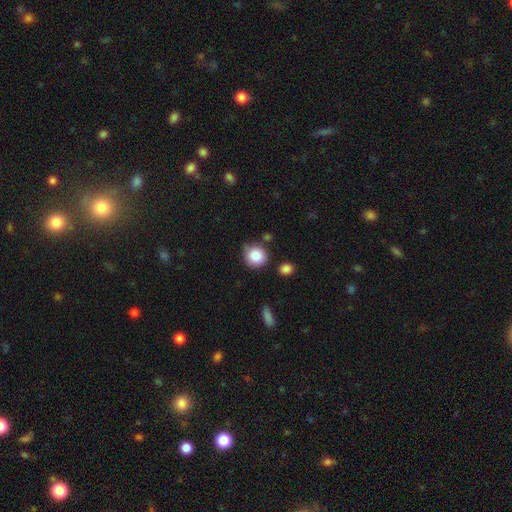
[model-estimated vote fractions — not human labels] A smooth galaxy with no disk features (84%) that is round (88%).

Vote fractions:
- Smooth or featured? smooth: 84% / star or artifact: 9% / featured or disk: 7%
- How rounded? round: 88% / in between: 11% / cigar-shaped: 1%
- Merging? none: 74% / minor disturbance: 16% / merger: 6% / major disturbance: 4%